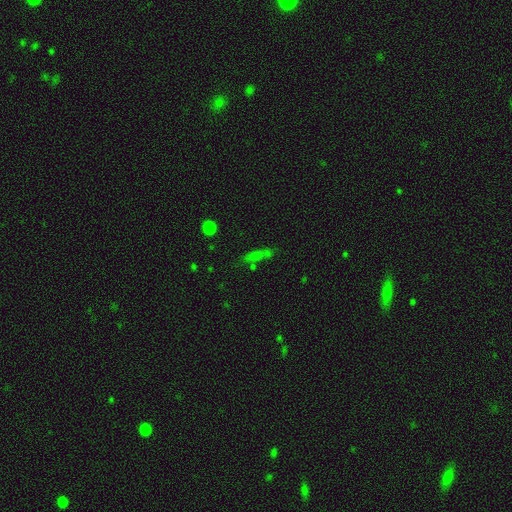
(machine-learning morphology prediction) Smooth or featured? smooth (52%)
How rounded? cigar-shaped (68%)
Merging? none (70%)